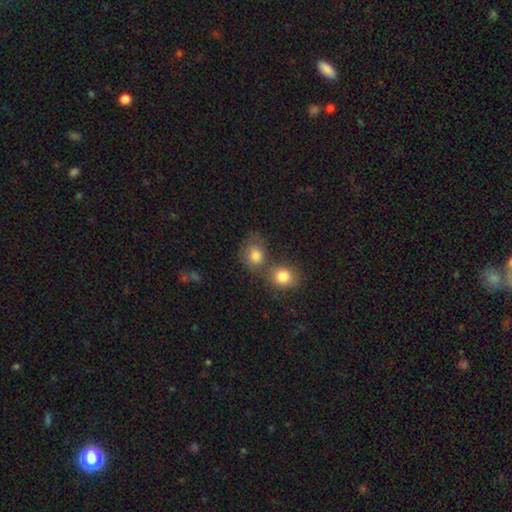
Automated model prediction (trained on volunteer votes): Morphology: type=smooth (80%); roundness=round (63%); merging=merger (47%).